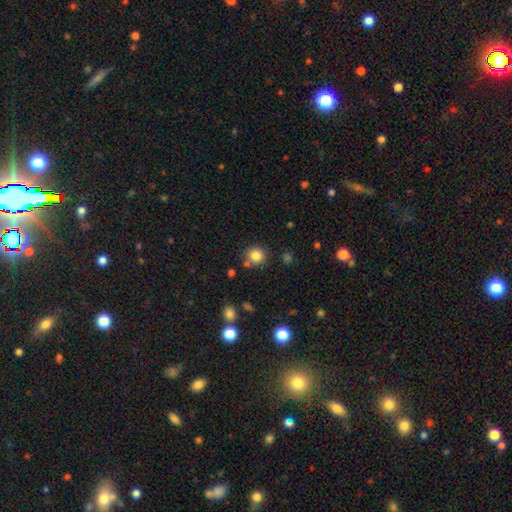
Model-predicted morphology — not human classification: A smooth galaxy with no disk features (83%) that is round (89%). Merging: none (77%).